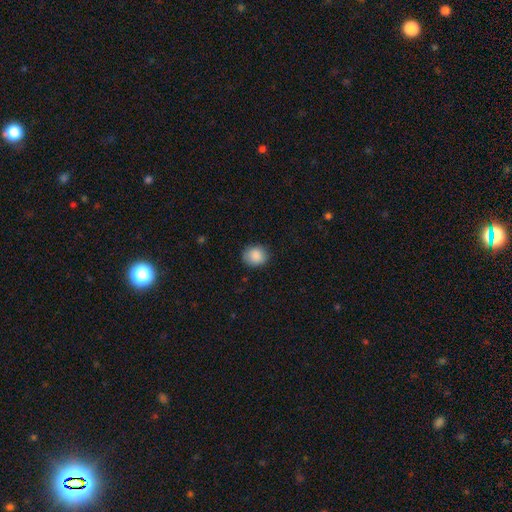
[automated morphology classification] type=smooth (88%); roundness=round (75%); merging=none (84%).